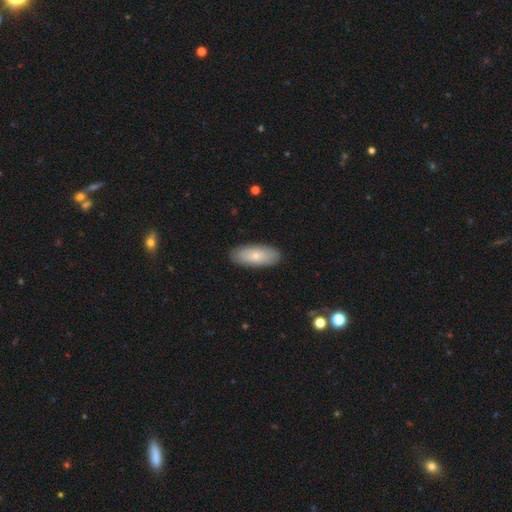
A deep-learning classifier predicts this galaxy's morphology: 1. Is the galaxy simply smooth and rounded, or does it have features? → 69% smooth, 25% featured or disk, 6% star or artifact.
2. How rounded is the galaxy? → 85% in between, 13% cigar-shaped, 2% round.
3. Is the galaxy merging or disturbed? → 88% none, 9% minor disturbance, 2% major disturbance, 1% merger.